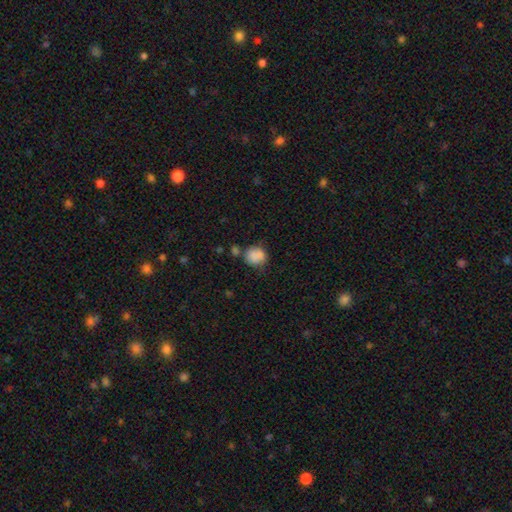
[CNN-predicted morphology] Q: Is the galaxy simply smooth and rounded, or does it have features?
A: smooth — 83%.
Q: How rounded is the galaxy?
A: round — 74%.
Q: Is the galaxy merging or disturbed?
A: none — 56%.